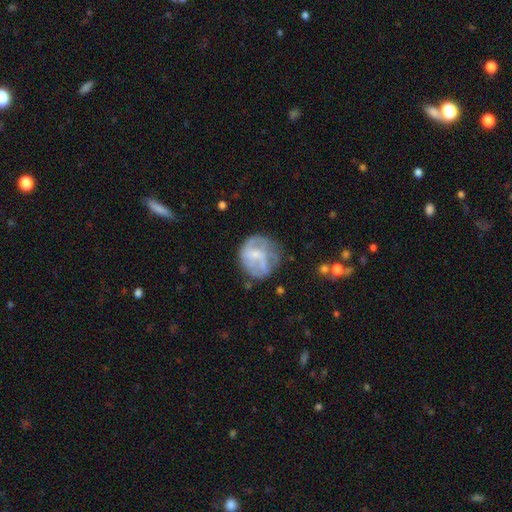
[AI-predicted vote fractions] Smooth or featured? Predicted: featured or disk (p=0.61). Edge-on disk? Predicted: no (p=0.98). Bar? Predicted: no (p=0.51). Spiral arms? Predicted: yes (p=0.66). Bulge size? Predicted: small (p=0.52). Merging? Predicted: none (p=0.56).